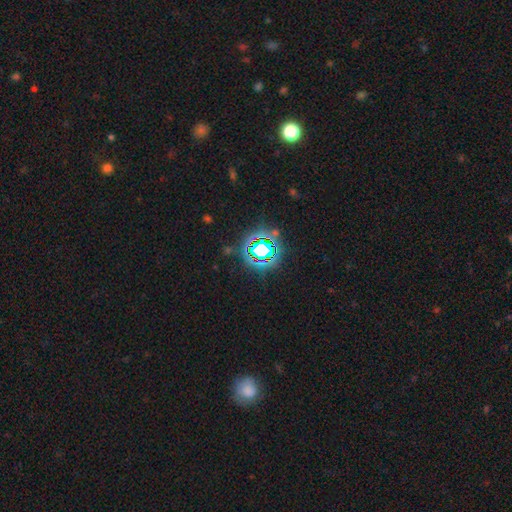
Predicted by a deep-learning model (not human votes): This appears to be a star or artifact, not a galaxy (72%).